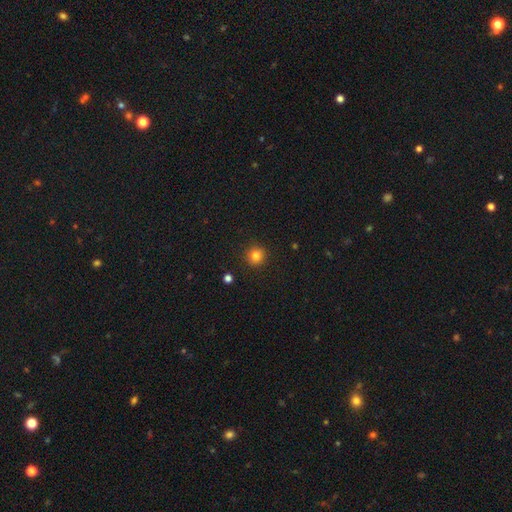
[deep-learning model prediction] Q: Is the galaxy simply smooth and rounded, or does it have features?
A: smooth — 82%.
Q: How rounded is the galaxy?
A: round — 92%.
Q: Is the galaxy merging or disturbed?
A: none — 91%.